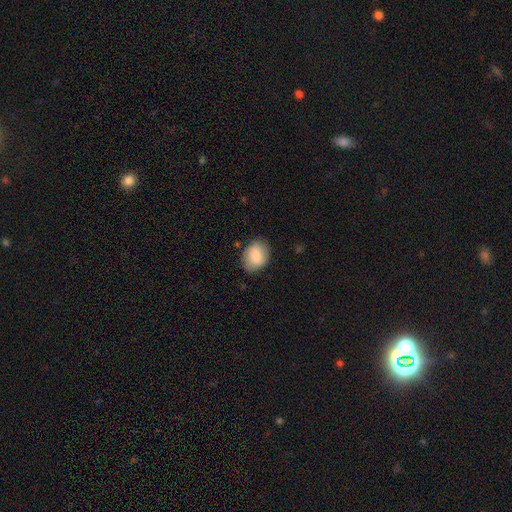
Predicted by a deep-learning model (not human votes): This is clearly a smooth galaxy (82%). How rounded: likely in between (62%). Merging: clearly none (80%).